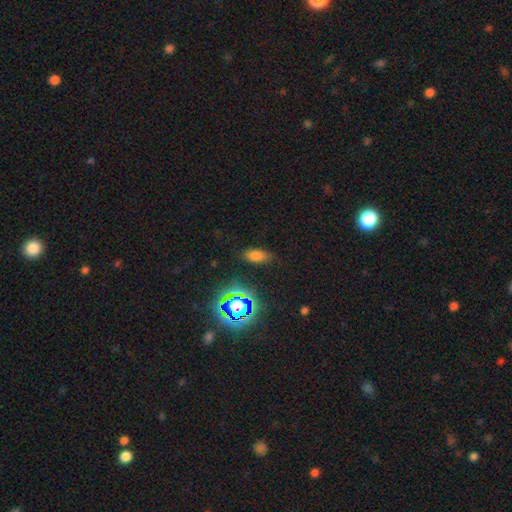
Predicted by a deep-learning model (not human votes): Smooth or featured? Predicted: smooth (p=0.69). How rounded? Predicted: in between (p=0.87). Merging? Predicted: none (p=0.82).